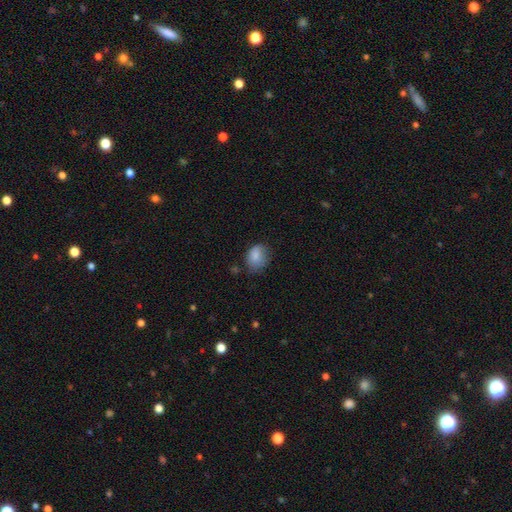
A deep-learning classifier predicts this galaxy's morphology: Overall: smooth (82%). How rounded: in between (58%; round 41%). Merging: none (56%; minor disturbance 31%).